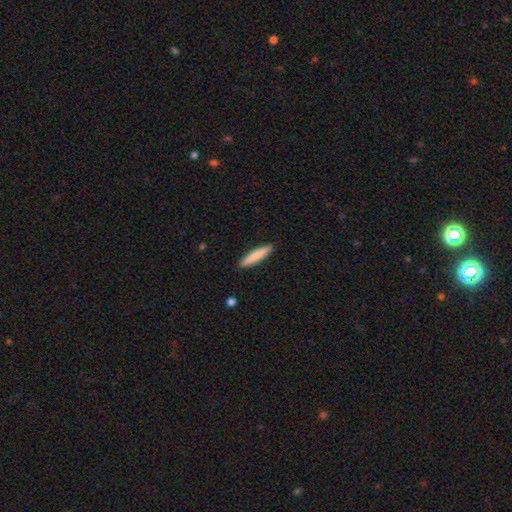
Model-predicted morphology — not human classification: Smooth or featured: smooth — 80% (featured or disk — 14%)
How rounded: cigar-shaped — 90% (in between — 9%)
Merging: none — 91% (minor disturbance — 6%)